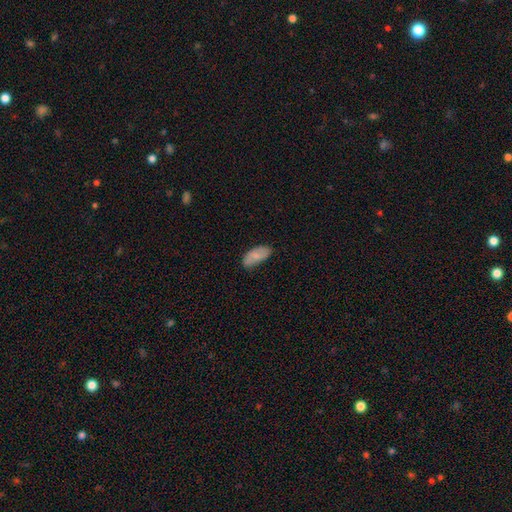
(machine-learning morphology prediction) Overall: smooth (78%). How rounded: in between (92%). Merging: none (68%).